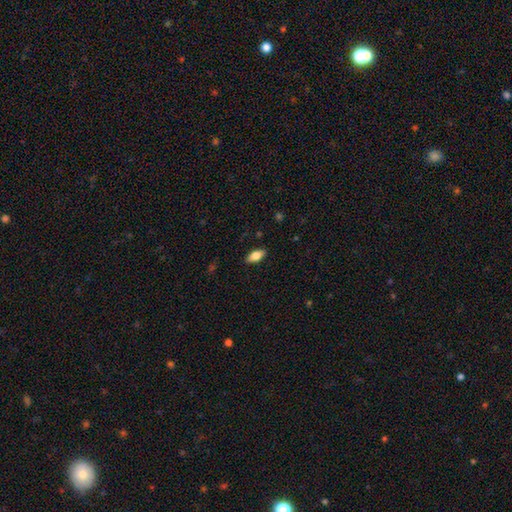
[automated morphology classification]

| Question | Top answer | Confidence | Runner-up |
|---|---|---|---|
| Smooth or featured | smooth | 75% | featured or disk (18%) |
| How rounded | in between | 86% | cigar-shaped (12%) |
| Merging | none | 88% | minor disturbance (9%) |